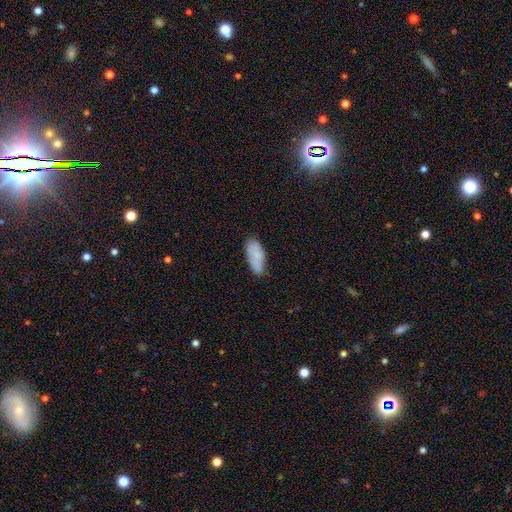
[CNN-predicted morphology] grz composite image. It shows a smooth galaxy with no disk features (76%) that is in between round and cigar-shaped (84%). Merging: none (59%).